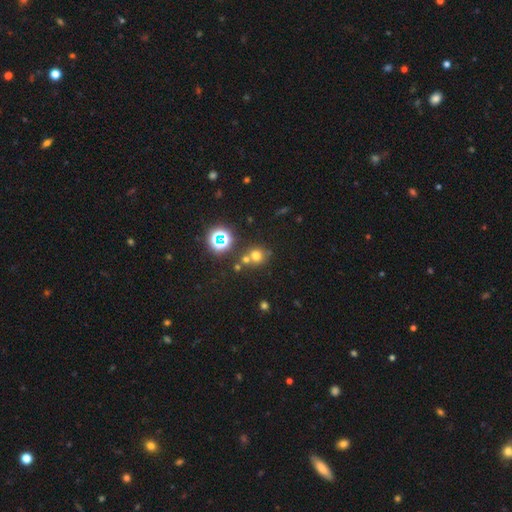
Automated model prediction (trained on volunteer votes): The model was most divided on "smooth or featured": smooth: 62%, star or artifact: 28%, featured or disk: 10%. More confident: how rounded — round (87%); merging — none (61%).